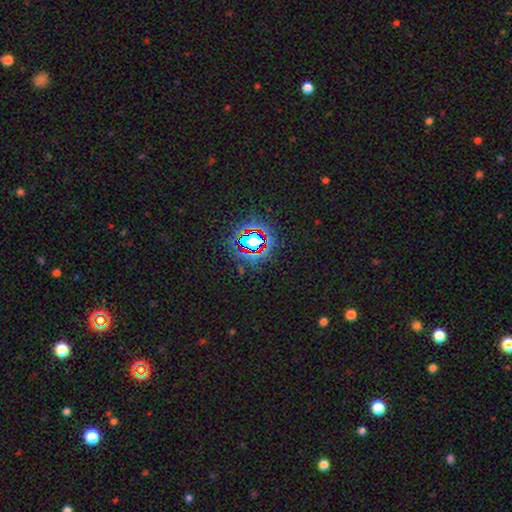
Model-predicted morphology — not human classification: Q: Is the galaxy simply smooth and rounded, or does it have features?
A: star or artifact — 80%.